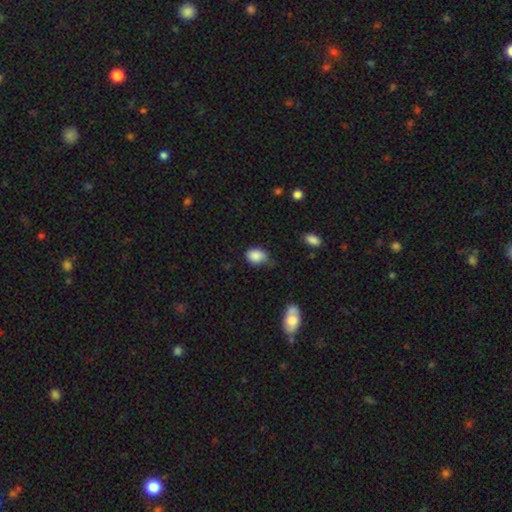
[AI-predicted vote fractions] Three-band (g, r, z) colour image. It shows a smooth galaxy with no disk features (86%) that is in between round and cigar-shaped (70%). Merging: none (54%).